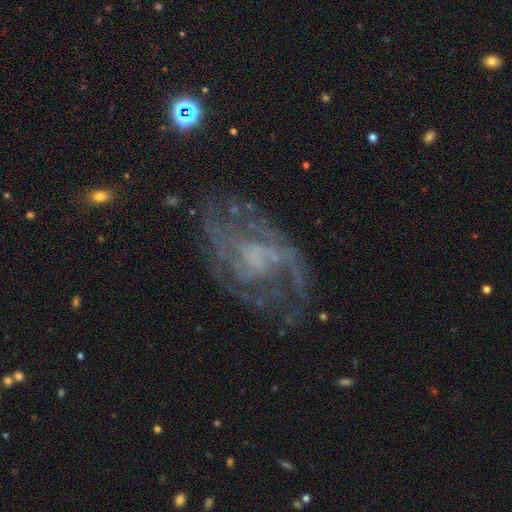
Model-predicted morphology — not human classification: smooth-or-featured: featured or disk: 83% | star or artifact: 9% | smooth: 8%
  disk-edge-on: no: 96% | yes: 4%
    bar: no: 57% | weak: 35% | strong: 8%
    has-spiral-arms: yes: 86% | no: 14%
      spiral-winding: medium: 44% | tight: 35% | loose: 21%
      spiral-arm-count: can't tell: 37% | 2: 32% | 3: 13% | 1: 6% | 4: 6% | more than 4: 5%
    bulge-size: none: 48% | small: 26% | moderate: 20% | large: 5% | dominant: 1%
  merging: none: 62% | minor disturbance: 18% | major disturbance: 18% | merger: 2%